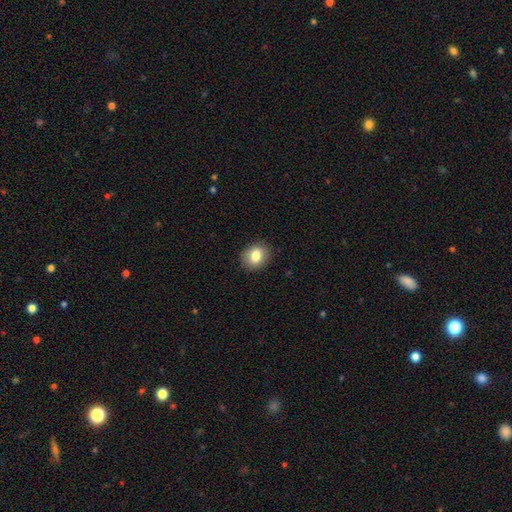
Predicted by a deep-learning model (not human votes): Smooth or featured?
  - smooth: 82% *
  - featured or disk: 9%
  - star or artifact: 9%
How rounded?
  - in between: 50% *
  - round: 49%
  - cigar-shaped: 1%
Merging?
  - none: 88% *
  - minor disturbance: 9%
  - major disturbance: 2%
  - merger: 1%